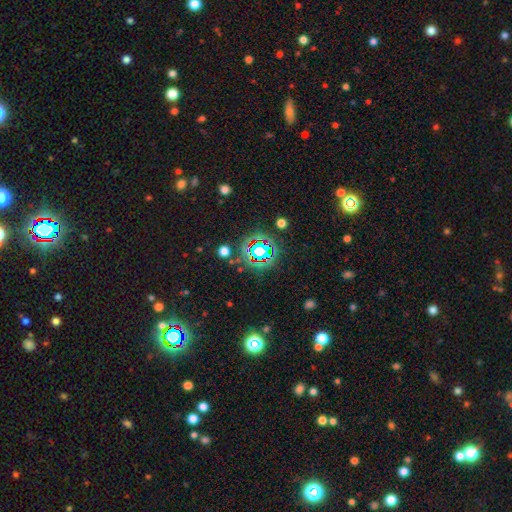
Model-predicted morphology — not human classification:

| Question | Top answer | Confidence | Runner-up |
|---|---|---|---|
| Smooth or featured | star or artifact | 69% | smooth (21%) |